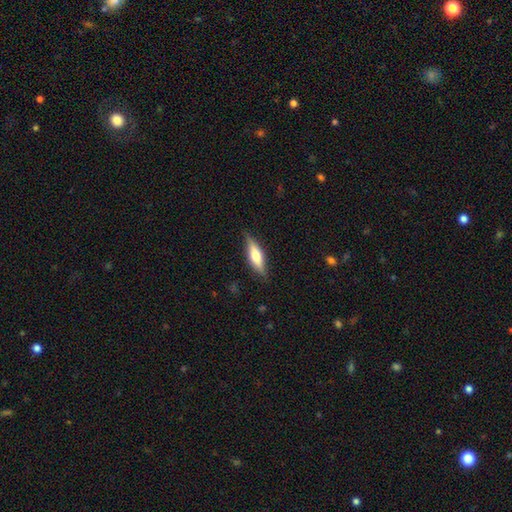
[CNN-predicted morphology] A smooth galaxy with no disk features (51%) that is cigar-shaped (58%). Merging: none (82%).